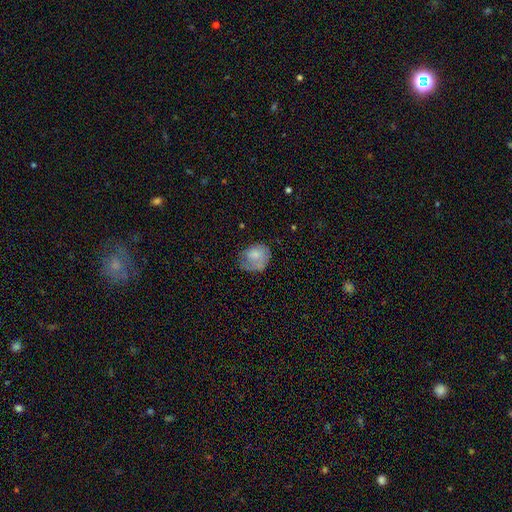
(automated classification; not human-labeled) Smooth or featured? smooth (72%)
How rounded? round (50%)
Merging? none (48%)